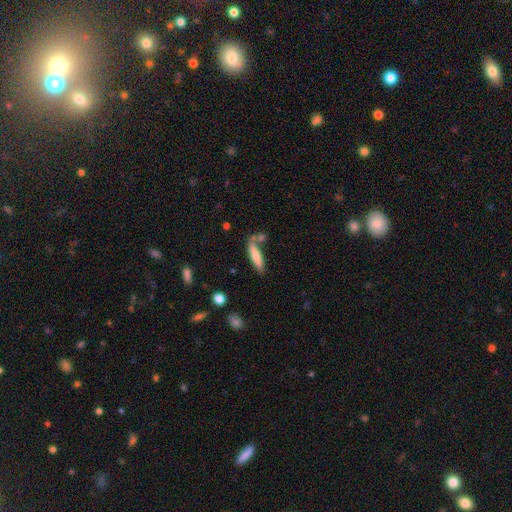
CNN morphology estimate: The model was most divided on "merging": none: 60%, minor disturbance: 18%, merger: 16%, major disturbance: 6%. More confident: how rounded — cigar-shaped (72%); smooth or featured — smooth (69%).